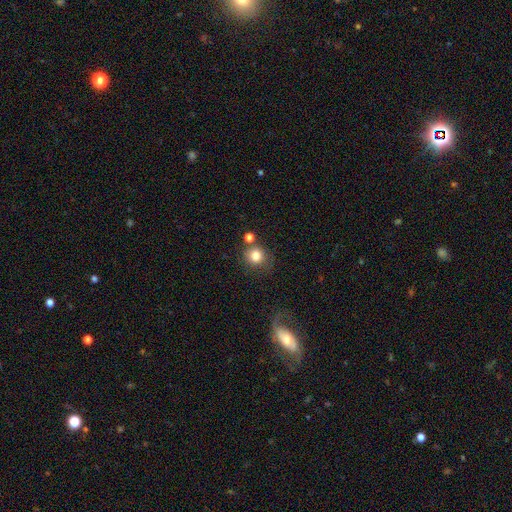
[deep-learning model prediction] A smooth galaxy with no disk features (80%) that is round (88%). Merging: none (69%).